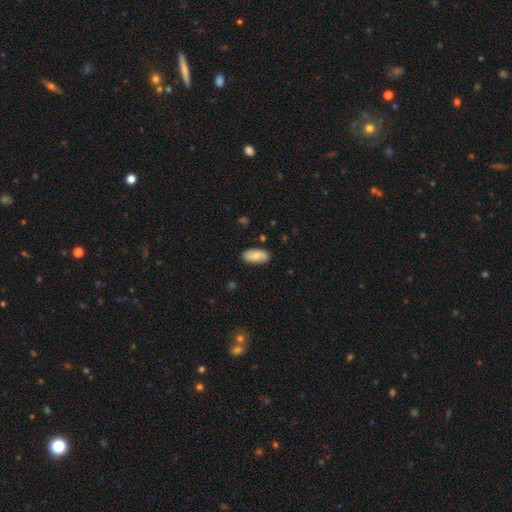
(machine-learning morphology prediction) smooth-or-featured: smooth: 74% | featured or disk: 20% | star or artifact: 6%
  how-rounded: in between: 92% | cigar-shaped: 5% | round: 3%
  merging: none: 82% | minor disturbance: 14% | major disturbance: 2% | merger: 1%